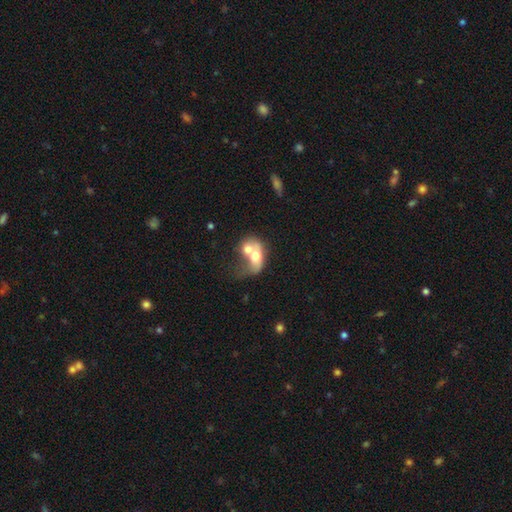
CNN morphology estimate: smooth 54%, featured or disk 37%, star or artifact 8%. Down the decision tree: how rounded — in between (67%); merging — merger (73%).